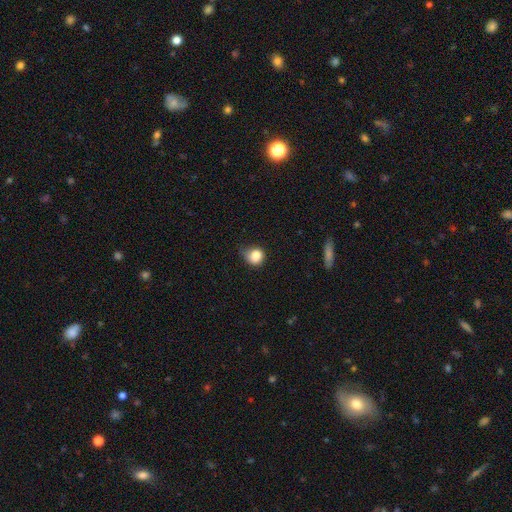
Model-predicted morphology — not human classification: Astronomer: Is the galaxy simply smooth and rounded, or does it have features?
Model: smooth — 83%.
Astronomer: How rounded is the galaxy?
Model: round — 80%.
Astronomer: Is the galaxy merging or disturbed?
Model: none — 46% (runner-up: minor disturbance, 39%).